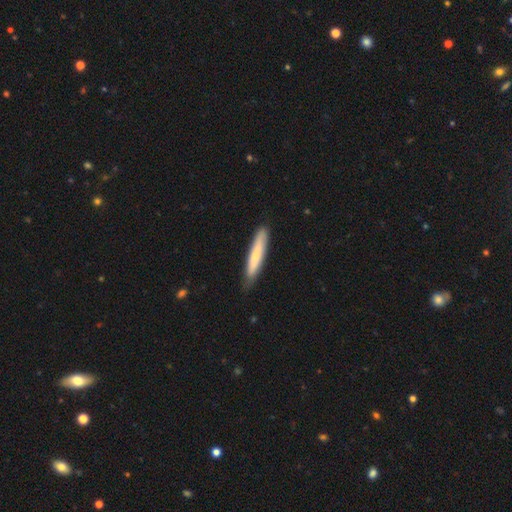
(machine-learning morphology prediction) Q: Smooth or featured?
A: smooth (70%); runner-up: featured or disk (25%)
Q: How rounded?
A: cigar-shaped (91%); runner-up: in between (8%)
Q: Merging?
A: none (82%); runner-up: minor disturbance (15%)